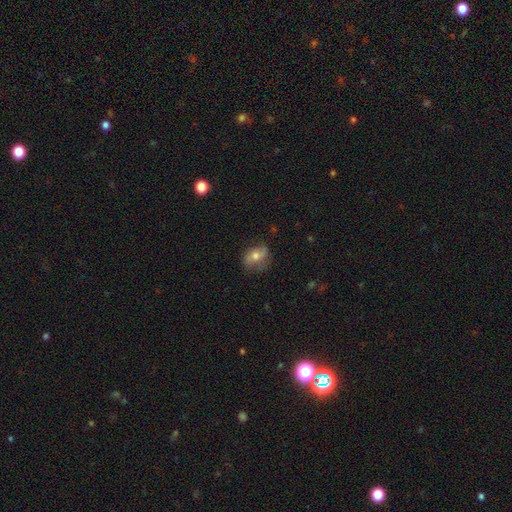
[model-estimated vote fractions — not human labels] Overall: featured or disk (45%, tied with smooth). Merging: none (70%).